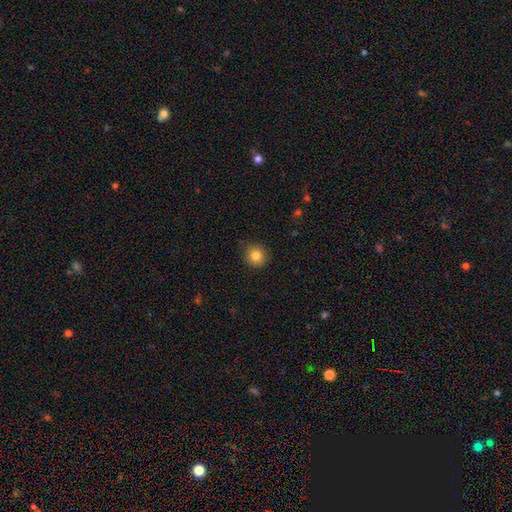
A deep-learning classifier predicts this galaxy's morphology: Q: Smooth or featured?
A: smooth (83%); runner-up: star or artifact (11%)
Q: How rounded?
A: round (90%); runner-up: in between (9%)
Q: Merging?
A: none (87%); runner-up: minor disturbance (10%)